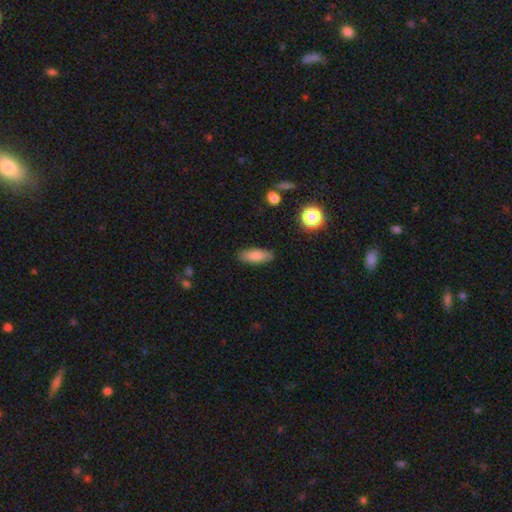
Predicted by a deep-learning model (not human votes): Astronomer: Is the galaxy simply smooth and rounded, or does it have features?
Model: smooth — 82%.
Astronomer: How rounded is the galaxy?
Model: in between — 61%.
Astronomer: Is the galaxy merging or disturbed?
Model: none — 87%.